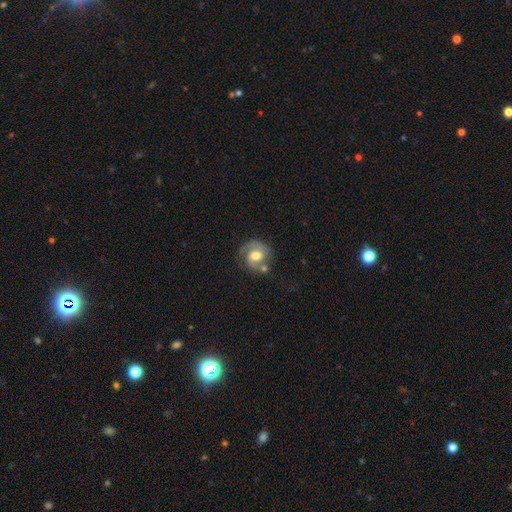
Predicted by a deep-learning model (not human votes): Smooth or featured? Predicted: featured or disk (p=0.63). Edge-on disk? Predicted: no (p=0.97). Bar? Predicted: no (p=0.50). Spiral arms? Predicted: yes (p=0.85). Spiral winding? Predicted: medium (p=0.42). Spiral arm count? Predicted: 2 (p=0.54). Bulge size? Predicted: moderate (p=0.65). Merging? Predicted: none (p=0.54).